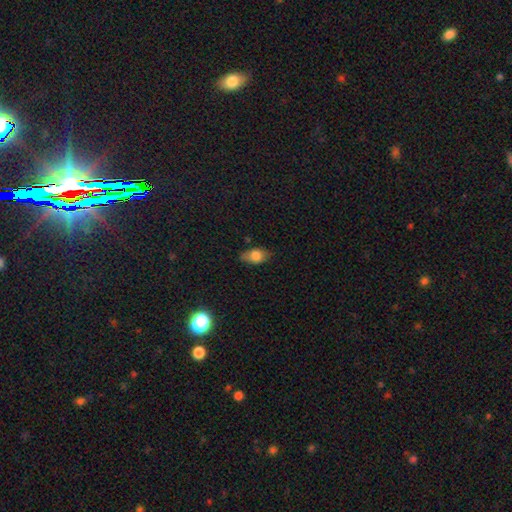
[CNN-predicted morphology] Smooth or featured? Predicted: smooth (p=0.76). How rounded? Predicted: in between (p=0.85). Merging? Predicted: none (p=0.72).